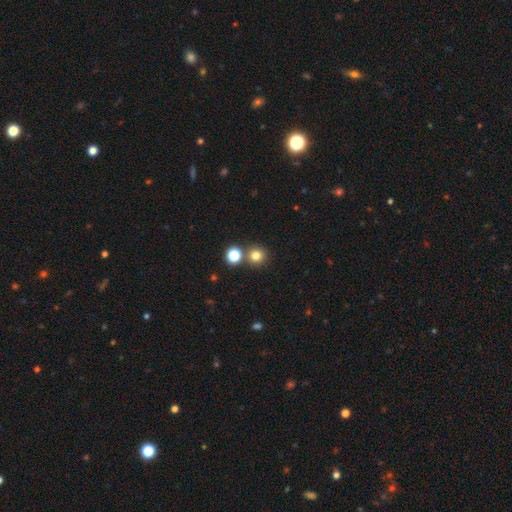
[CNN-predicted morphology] smooth-or-featured: smooth: 78% | star or artifact: 16% | featured or disk: 6%
  how-rounded: round: 93% | in between: 6% | cigar-shaped: 1%
  merging: none: 78% | merger: 13% | minor disturbance: 6% | major disturbance: 2%